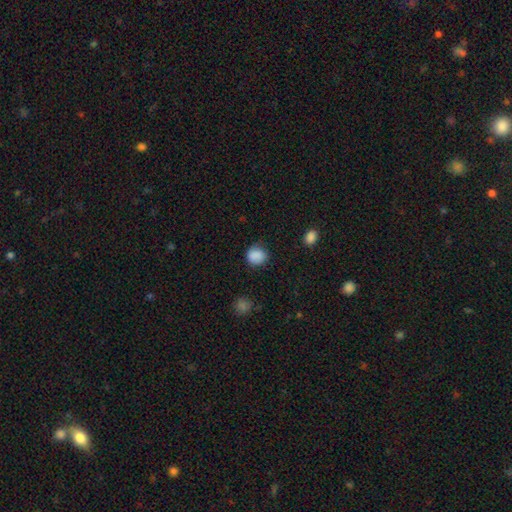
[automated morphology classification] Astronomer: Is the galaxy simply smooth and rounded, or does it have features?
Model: smooth — 87%.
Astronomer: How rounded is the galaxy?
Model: round — 80%.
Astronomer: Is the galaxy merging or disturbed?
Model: none — 78%.